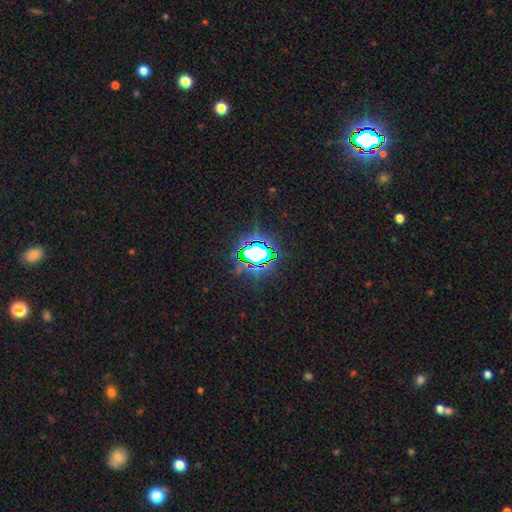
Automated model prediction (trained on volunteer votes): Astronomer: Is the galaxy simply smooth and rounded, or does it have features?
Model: star or artifact — 74%.